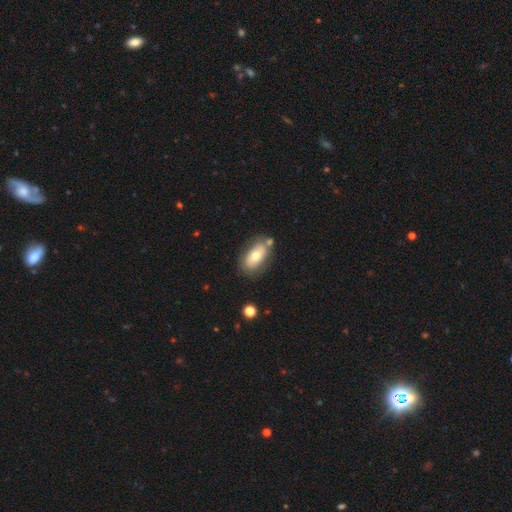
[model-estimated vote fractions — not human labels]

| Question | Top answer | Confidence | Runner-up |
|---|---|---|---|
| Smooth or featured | smooth | 64% | featured or disk (29%) |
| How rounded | in between | 90% | cigar-shaped (5%) |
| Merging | none | 68% | minor disturbance (17%) |